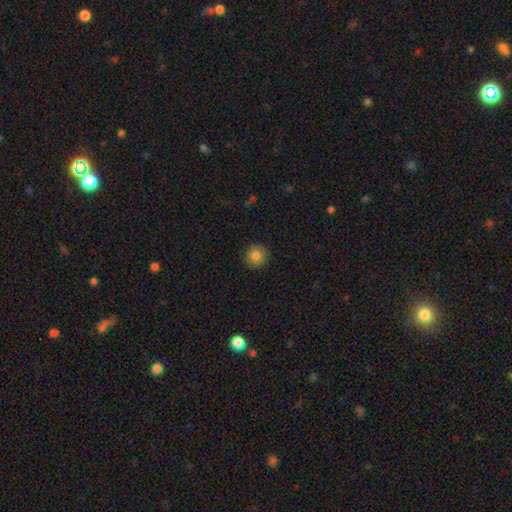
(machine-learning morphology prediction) Smooth or featured? smooth (83%)
How rounded? round (93%)
Merging? none (91%)